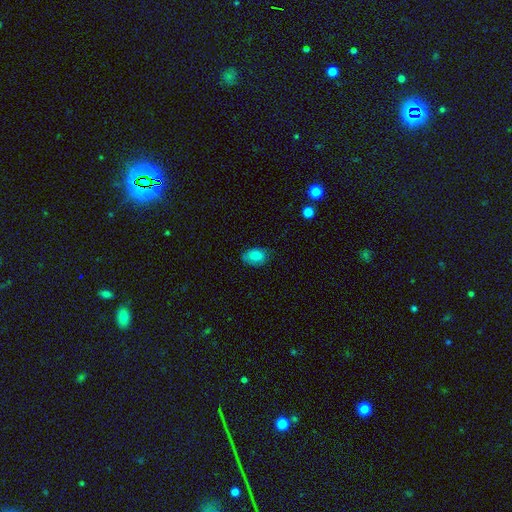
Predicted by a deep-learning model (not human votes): This appears to be a smooth galaxy with no disk features (84%) that is in between round and cigar-shaped (85%). Merging: none (73%).